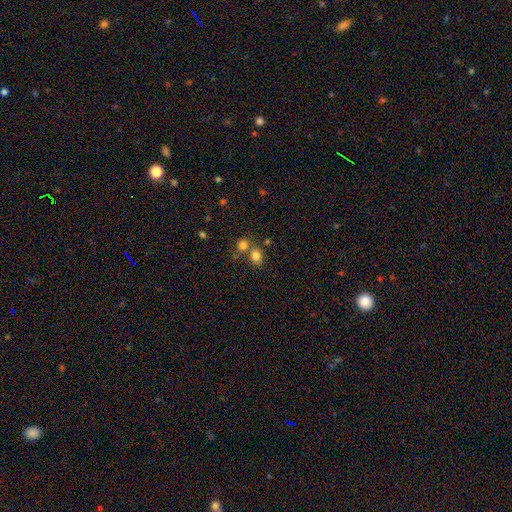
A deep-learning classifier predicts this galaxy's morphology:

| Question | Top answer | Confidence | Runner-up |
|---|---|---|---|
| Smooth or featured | smooth | 80% | star or artifact (13%) |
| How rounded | round | 69% | in between (30%) |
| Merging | none | 56% | merger (32%) |